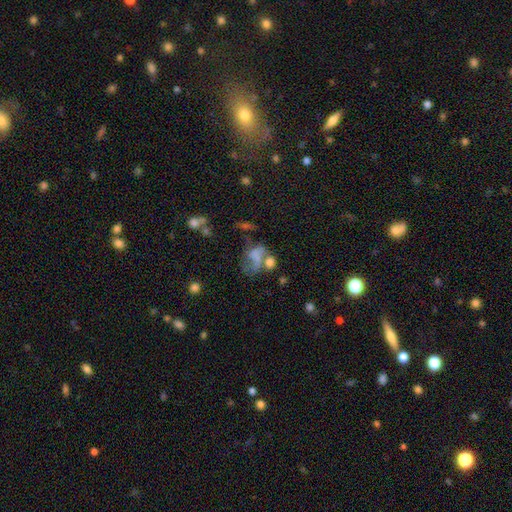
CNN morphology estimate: Q: Smooth or featured?
A: smooth (44%); runner-up: featured or disk (41%)
Q: Merging?
A: merger (32%); runner-up: major disturbance (30%)